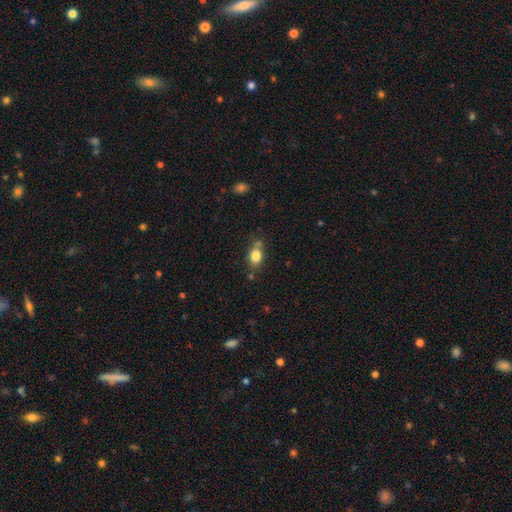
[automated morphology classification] Q: Smooth or featured?
A: smooth (81%); runner-up: star or artifact (9%)
Q: How rounded?
A: in between (71%); runner-up: round (27%)
Q: Merging?
A: none (62%); runner-up: minor disturbance (21%)